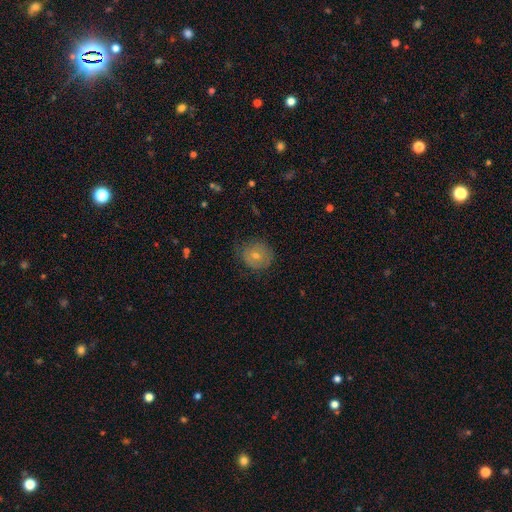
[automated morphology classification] The model was most divided on "smooth or featured": smooth: 67%, featured or disk: 25%, star or artifact: 8%. More confident: how rounded — round (85%); merging — none (67%).